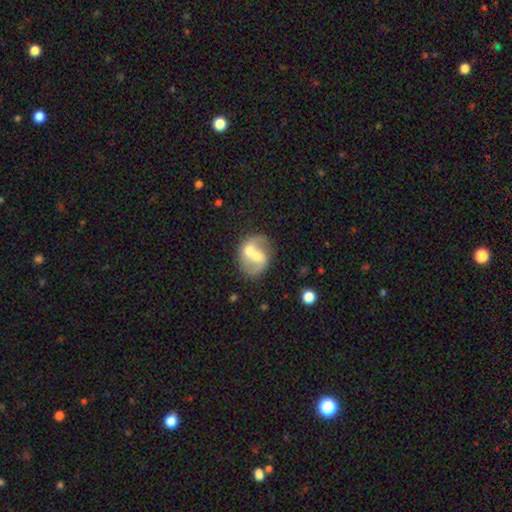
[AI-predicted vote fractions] smooth_or_featured: featured or disk (p=0.65) [alt: smooth p=0.28]
disk_edge_on: no (p=0.97) [alt: yes p=0.03]
bar: no (p=0.51) [alt: weak p=0.36]
has_spiral_arms: yes (p=0.71) [alt: no p=0.29]
bulge_size: moderate (p=0.55) [alt: small p=0.28]
merging: merger (p=0.45) [alt: none p=0.35]